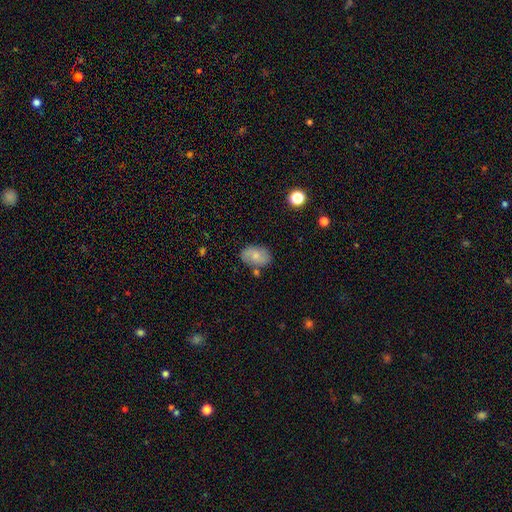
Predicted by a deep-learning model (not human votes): This is possibly a smooth galaxy (59%). How rounded: clearly in between (87%). Merging: likely none (74%).